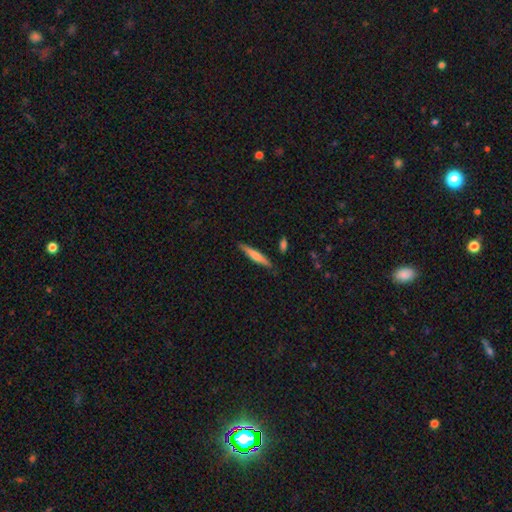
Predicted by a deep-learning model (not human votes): Morphology: type=smooth (63%); roundness=cigar-shaped (92%); merging=none (85%).